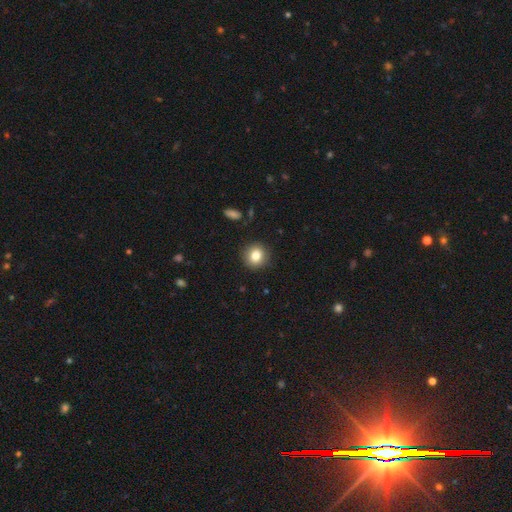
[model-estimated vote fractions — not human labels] This is clearly a smooth galaxy (82%). How rounded: clearly round (86%). Merging: clearly none (90%).